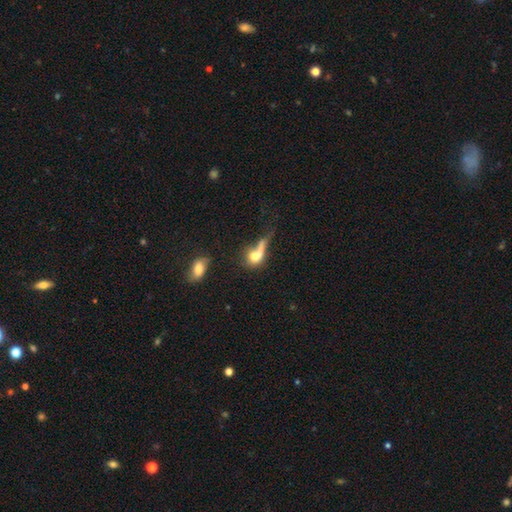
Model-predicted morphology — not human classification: Smooth or featured: smooth — 64% (featured or disk — 25%)
How rounded: round — 43% (in between — 41%)
Merging: major disturbance — 32% (merger — 28%)